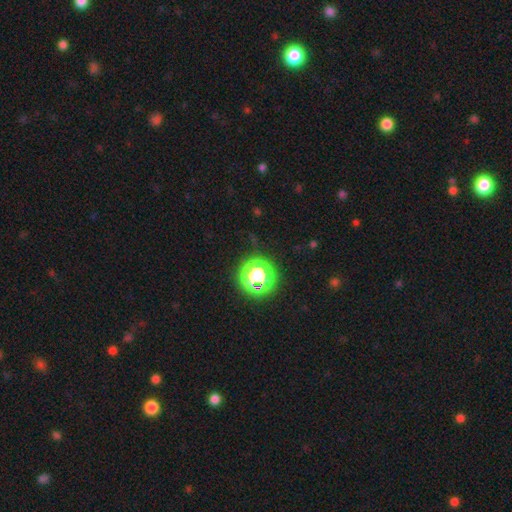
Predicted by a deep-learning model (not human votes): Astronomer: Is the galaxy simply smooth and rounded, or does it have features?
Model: star or artifact — 74%.